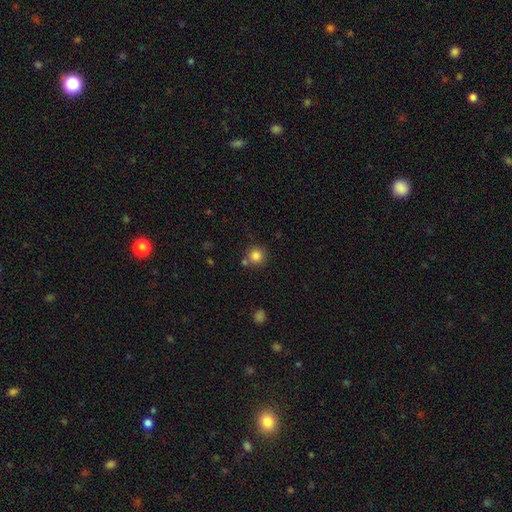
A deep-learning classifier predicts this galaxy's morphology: The model was most divided on "merging": none: 74%, merger: 13%, minor disturbance: 10%, major disturbance: 3%. More confident: how rounded — round (93%); smooth or featured — smooth (83%).